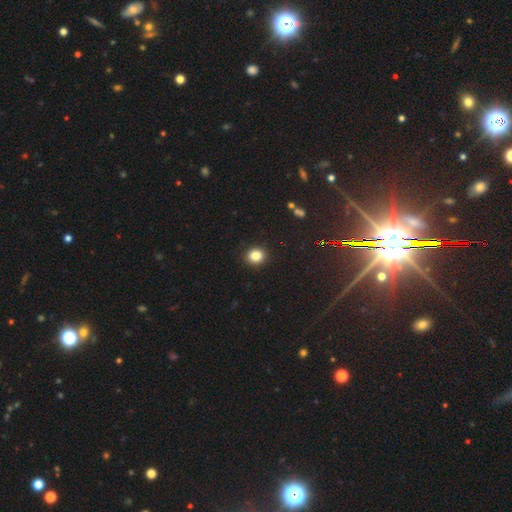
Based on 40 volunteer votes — smooth-or-featured: smooth: 80% | star or artifact: 12% | featured or disk: 8%
  how-rounded: round: 84% | in between: 16% | cigar-shaped: 0%
  merging: none: 94% | minor disturbance: 6% | major disturbance: 0% | merger: 0%